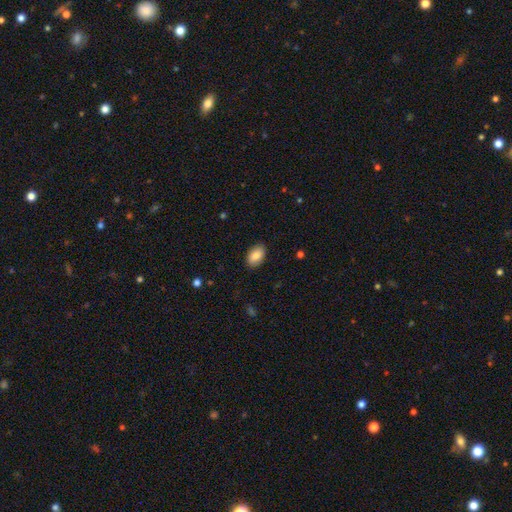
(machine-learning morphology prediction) A smooth galaxy with no disk features (88%) that is in between round and cigar-shaped (92%).

Vote fractions:
- Smooth or featured? smooth: 88% / star or artifact: 7% / featured or disk: 6%
- How rounded? in between: 92% / round: 6% / cigar-shaped: 1%
- Merging? none: 88% / minor disturbance: 9% / major disturbance: 2% / merger: 1%